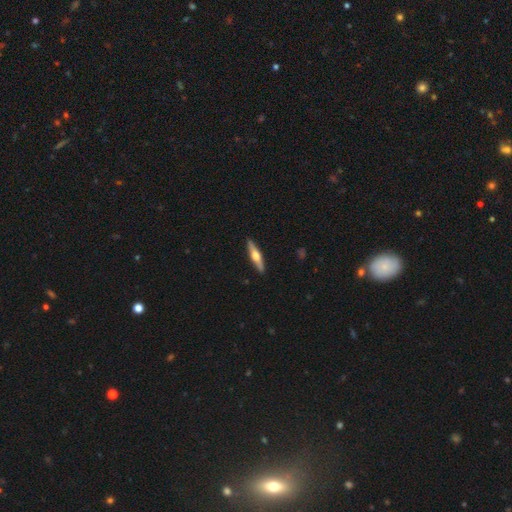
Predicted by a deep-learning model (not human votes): Morphology: type=featured or disk (58%); edge-on=yes (95%); edge-on bulge=rounded (93%); merging=none (91%).